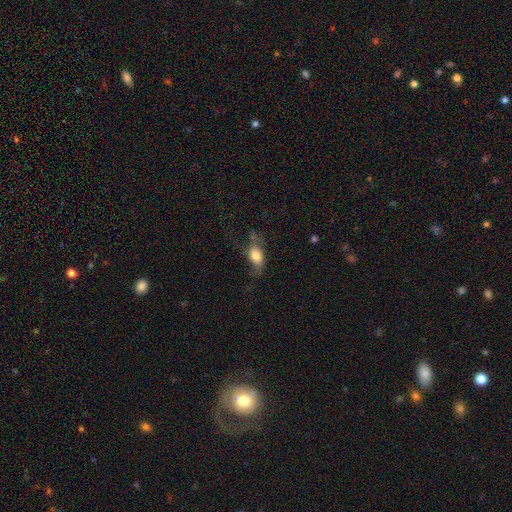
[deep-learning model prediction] Smooth or featured? smooth (68%)
How rounded? in between (83%)
Merging? none (40%)